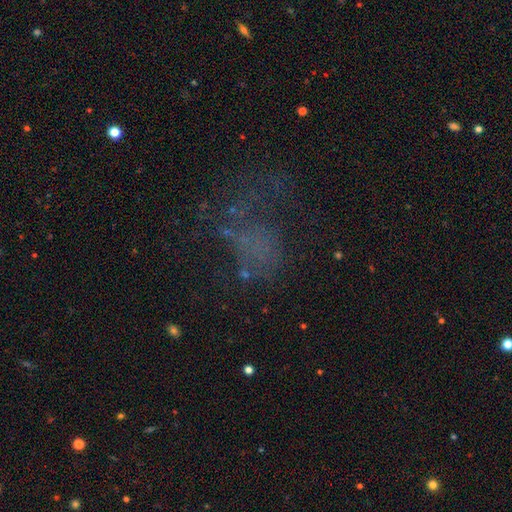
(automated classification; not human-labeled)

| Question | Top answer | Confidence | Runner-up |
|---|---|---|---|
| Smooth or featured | star or artifact | 35% | featured or disk (34%) |